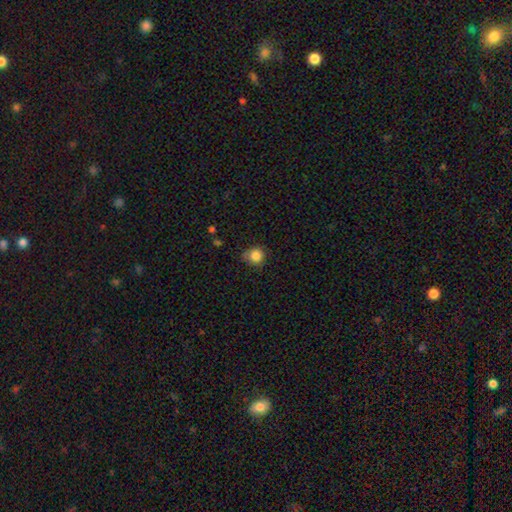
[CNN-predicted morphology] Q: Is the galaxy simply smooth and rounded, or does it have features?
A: smooth — 85%.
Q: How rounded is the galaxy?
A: round — 89%.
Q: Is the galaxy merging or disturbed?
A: none — 73%.